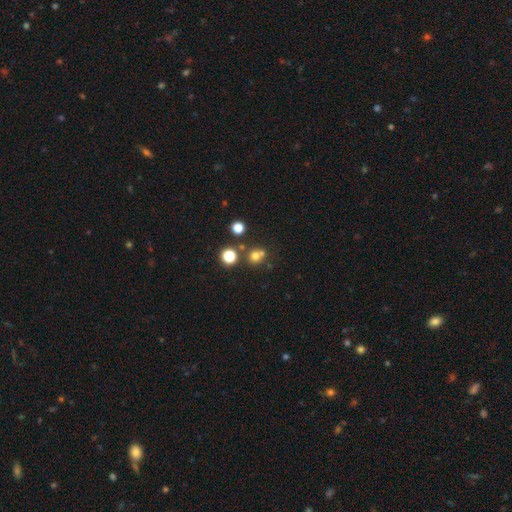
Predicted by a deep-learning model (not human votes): Morphology: type=smooth (69%); roundness=round (83%); merging=none (59%).